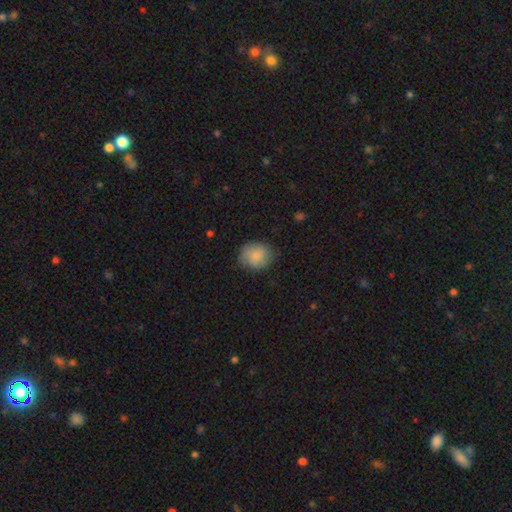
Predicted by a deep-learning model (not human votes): This is clearly a smooth galaxy (83%). How rounded: likely round (61%). Merging: likely none (75%).